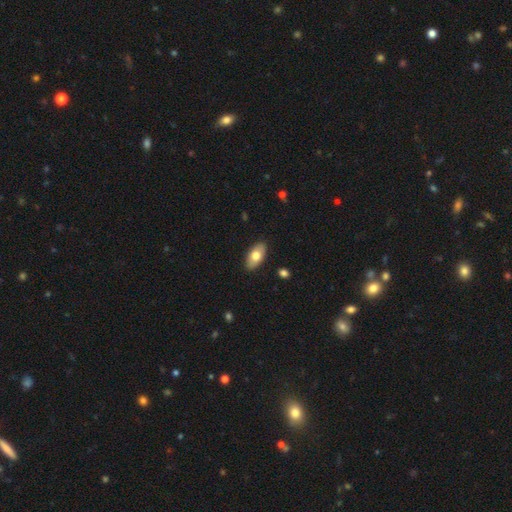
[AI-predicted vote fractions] Smooth or featured? Predicted: smooth (p=0.73). How rounded? Predicted: in between (p=0.93). Merging? Predicted: none (p=0.88).